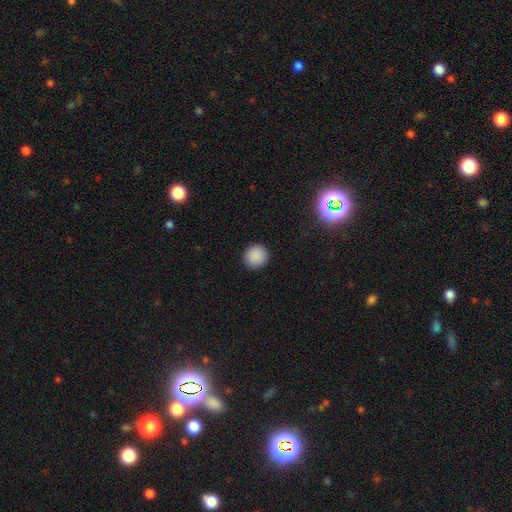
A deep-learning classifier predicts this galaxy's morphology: A smooth galaxy with no disk features (89%) that is round (94%). Merging: none (92%).